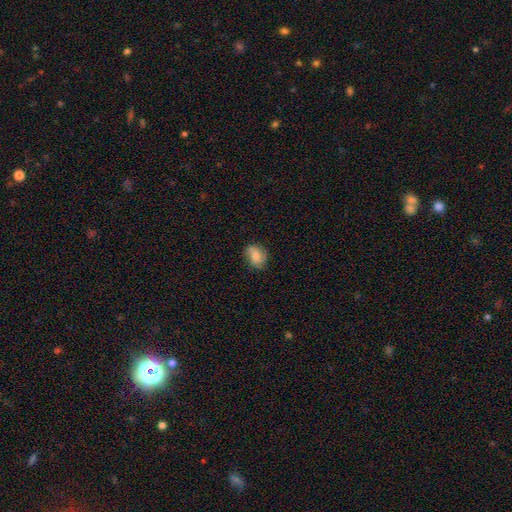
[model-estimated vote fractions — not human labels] Morphology: type=smooth (62%); roundness=in between (52%); merging=none (73%).